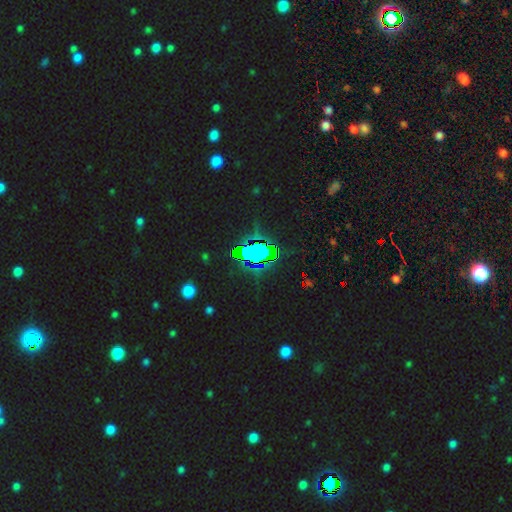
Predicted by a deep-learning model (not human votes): Smooth or featured: star or artifact — 82% (smooth — 11%)